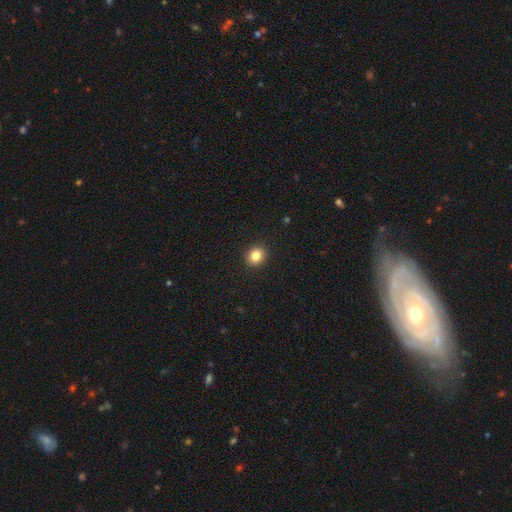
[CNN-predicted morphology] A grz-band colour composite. It shows a smooth galaxy with no disk features (83%) that is round (80%). Merging: none (93%).